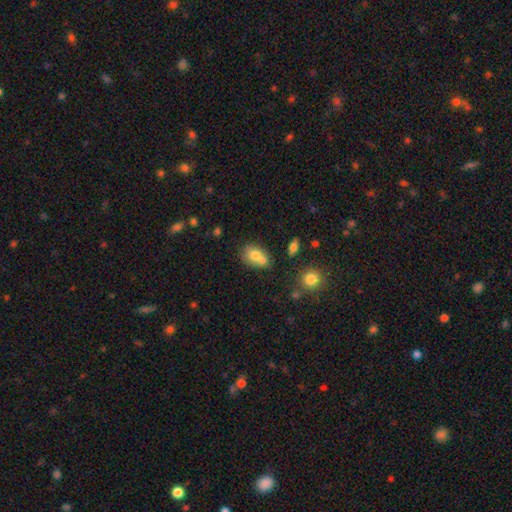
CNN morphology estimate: type=smooth (72%); roundness=in between (61%); merging=merger (48%).